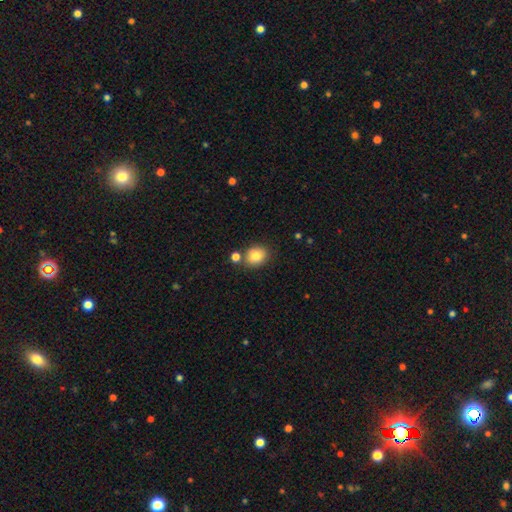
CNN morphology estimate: type=smooth (82%); roundness=round (67%); merging=none (74%).